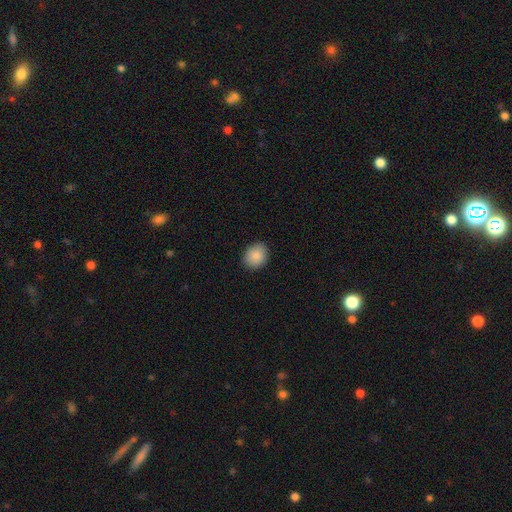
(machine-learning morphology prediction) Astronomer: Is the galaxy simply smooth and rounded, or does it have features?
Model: smooth — 88%.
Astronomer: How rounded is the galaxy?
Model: round — 63%.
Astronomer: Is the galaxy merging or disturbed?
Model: none — 88%.